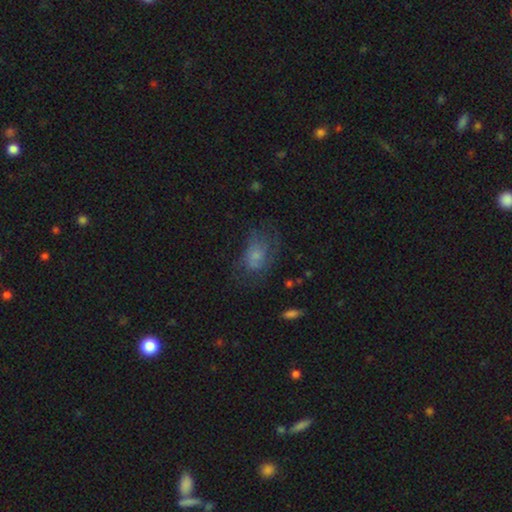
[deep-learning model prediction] The model was most divided on "merging": none: 44%, major disturbance: 28%, minor disturbance: 25%, merger: 3%. More confident: how rounded — in between (77%); smooth or featured — smooth (55%).